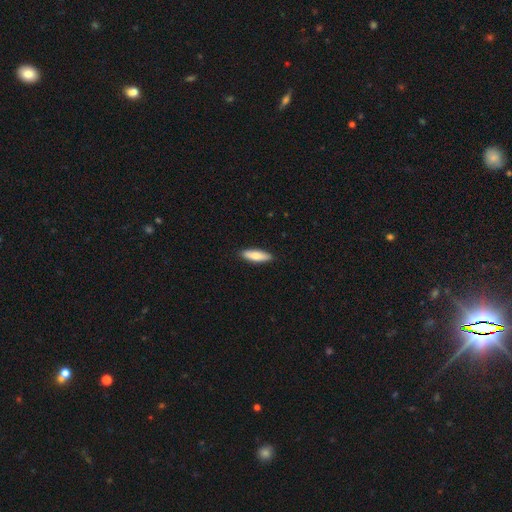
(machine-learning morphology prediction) smooth_or_featured: smooth (p=0.73) [alt: featured or disk p=0.22]
how_rounded: cigar-shaped (p=0.54) [alt: in between p=0.44]
merging: none (p=0.90) [alt: minor disturbance p=0.08]